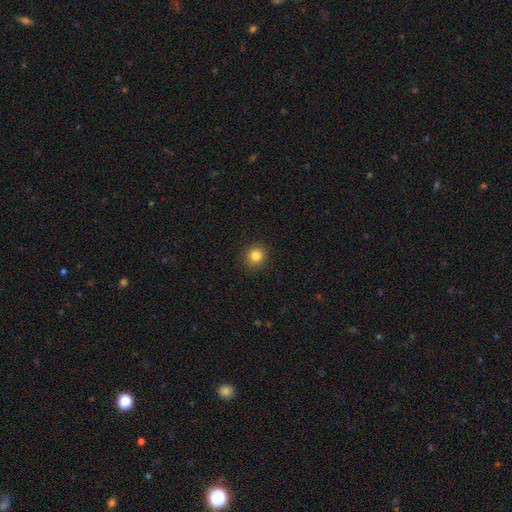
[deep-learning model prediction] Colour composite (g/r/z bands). It shows a smooth galaxy with no disk features (83%) that is round (90%). Merging: none (92%).